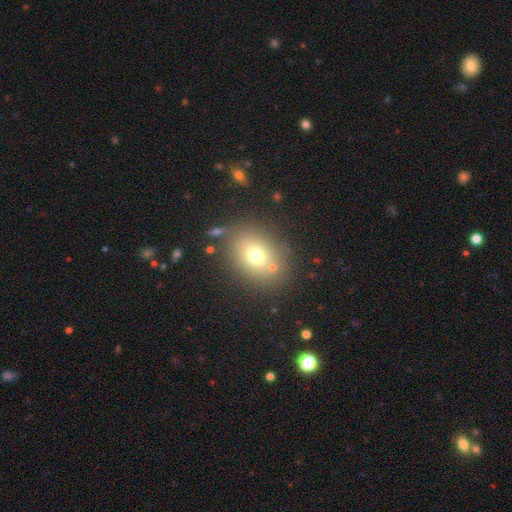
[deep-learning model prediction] smooth_or_featured: smooth (p=0.70) [alt: featured or disk p=0.15]
how_rounded: in between (p=0.49) [tied with: round p=0.49]
merging: none (p=0.76) [alt: minor disturbance p=0.11]